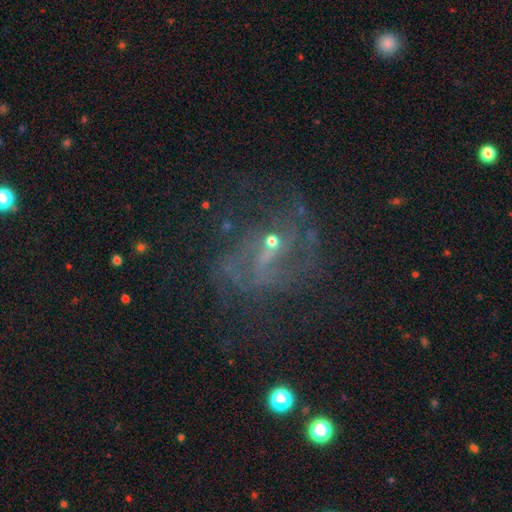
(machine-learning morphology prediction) The model was most divided on "bar": weak: 43%, no: 39%, strong: 18%. More confident: edge-on disk — no (96%); spiral arms — yes (70%); smooth or featured — featured or disk (67%); bulge size — small (65%); merging — none (56%).